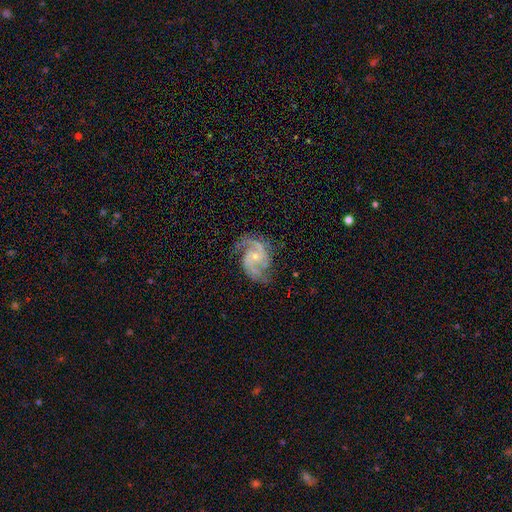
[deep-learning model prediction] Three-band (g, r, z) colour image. It shows a featured or disk galaxy (92%) with no bar (61%), 2 (82%) medium (60%) spiral arms (98%) and a small central bulge (71%). Merging: none (73%).